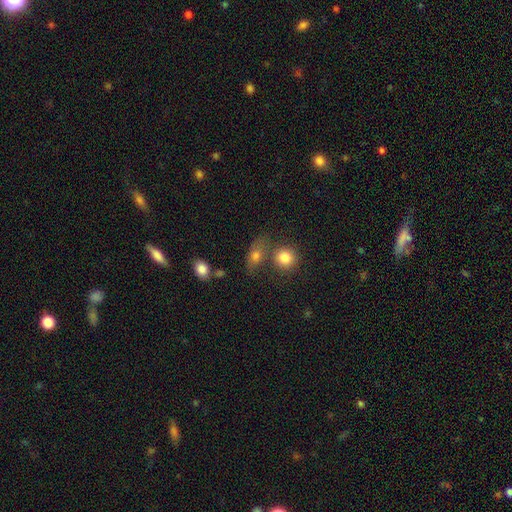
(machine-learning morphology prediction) The model was most divided on "merging": none: 51%, merger: 22%, minor disturbance: 18%, major disturbance: 9%. More confident: smooth or featured — smooth (75%); how rounded — in between (71%).